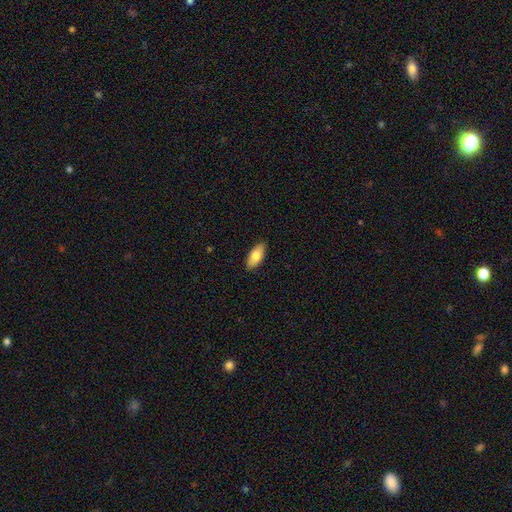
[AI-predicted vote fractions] smooth_or_featured: smooth (p=0.79) [alt: featured or disk p=0.15]
how_rounded: in between (p=0.86) [alt: cigar-shaped p=0.11]
merging: none (p=0.88) [alt: minor disturbance p=0.09]